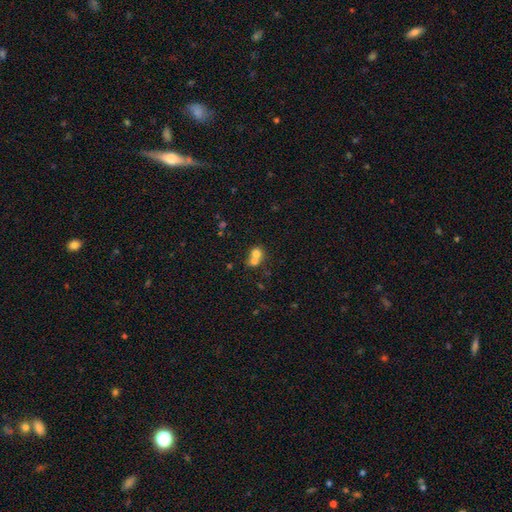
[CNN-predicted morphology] This appears to be a smooth galaxy with no disk features (70%) that is round (75%). Merging: merger (66%).